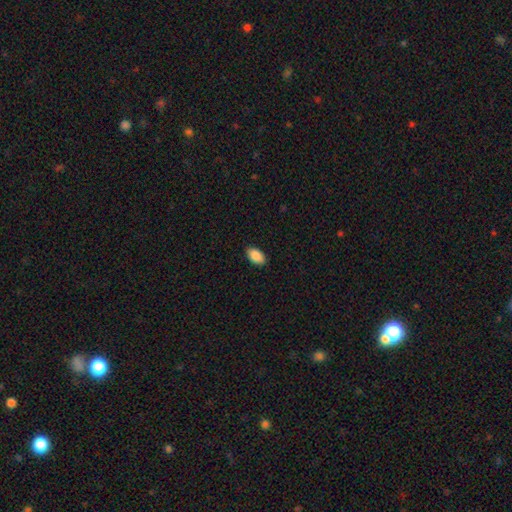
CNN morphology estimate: A smooth galaxy with no disk features (89%) that is in between round and cigar-shaped (94%). Merging: none (89%).